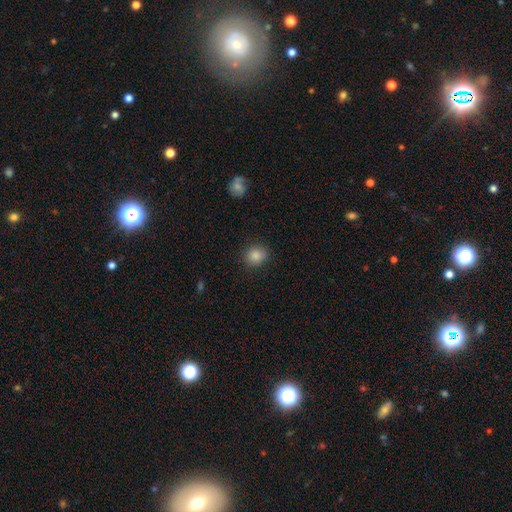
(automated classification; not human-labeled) The model was most divided on "how rounded": round: 81%, in between: 18%, cigar-shaped: 1%. More confident: merging — none (88%); smooth or featured — smooth (86%).